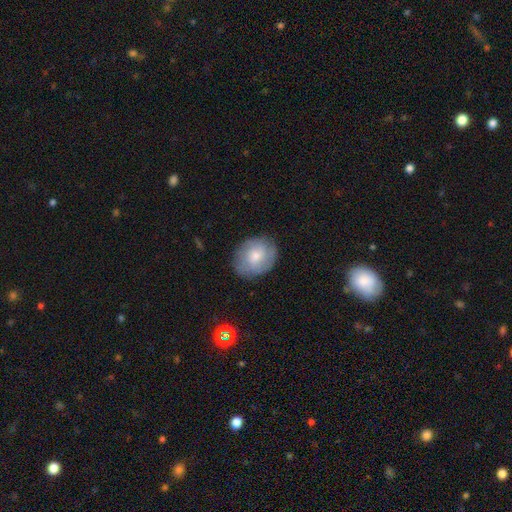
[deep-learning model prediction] Morphology: type=smooth (60%); roundness=round (54%); merging=none (80%).